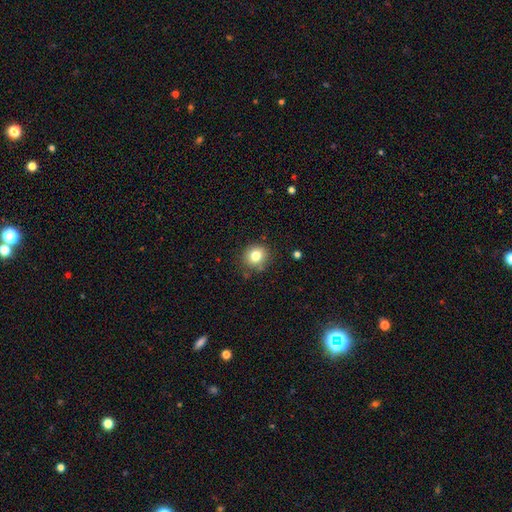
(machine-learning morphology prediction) smooth_or_featured: smooth (p=0.80) [alt: star or artifact p=0.11]
how_rounded: round (p=0.85) [alt: in between p=0.14]
merging: none (p=0.84) [alt: minor disturbance p=0.11]